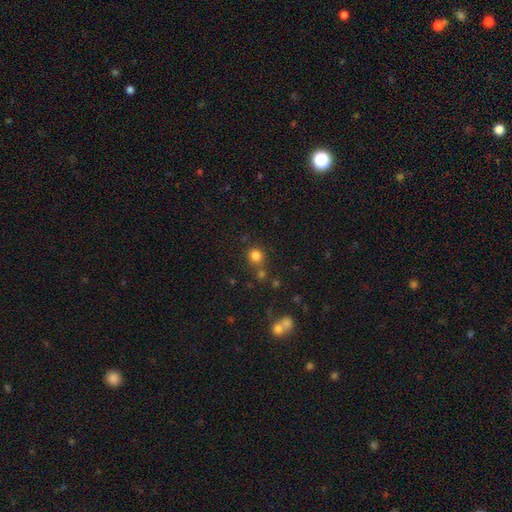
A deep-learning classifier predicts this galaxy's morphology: Smooth or featured? smooth (81%)
How rounded? round (89%)
Merging? none (72%)